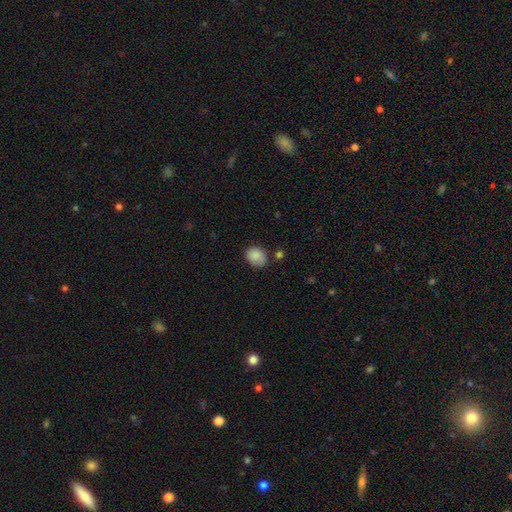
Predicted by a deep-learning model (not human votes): This appears to be a smooth galaxy with no disk features (86%) that is round (56%). Merging: none (72%).